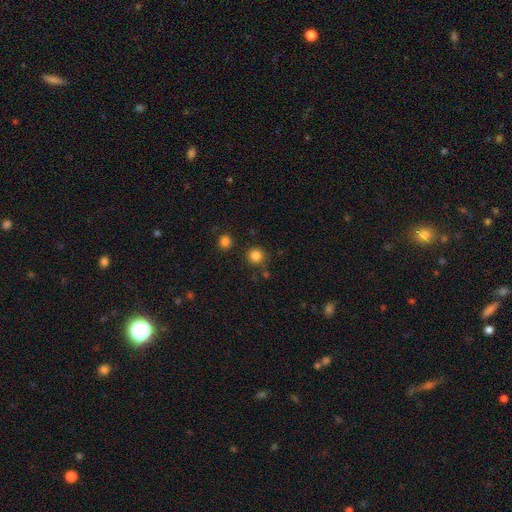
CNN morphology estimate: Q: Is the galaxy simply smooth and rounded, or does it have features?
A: smooth — 83%.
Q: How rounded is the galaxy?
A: round — 94%.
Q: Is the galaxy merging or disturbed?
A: none — 83%.